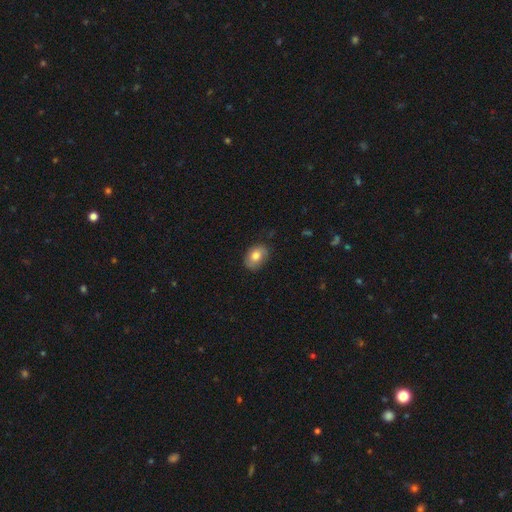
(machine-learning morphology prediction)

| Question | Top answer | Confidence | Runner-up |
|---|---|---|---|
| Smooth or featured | smooth | 78% | featured or disk (14%) |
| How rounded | in between | 81% | round (18%) |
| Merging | none | 79% | minor disturbance (17%) |